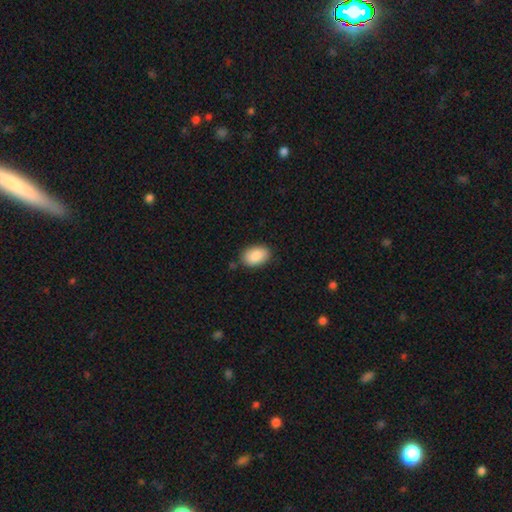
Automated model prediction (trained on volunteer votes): Smooth or featured? Predicted: smooth (p=0.89). How rounded? Predicted: in between (p=0.88). Merging? Predicted: none (p=0.84).